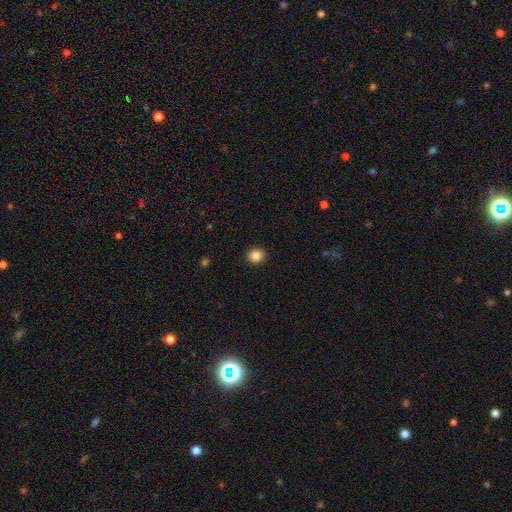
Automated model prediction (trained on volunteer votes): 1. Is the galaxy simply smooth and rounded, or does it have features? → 86% smooth, 10% star or artifact, 4% featured or disk.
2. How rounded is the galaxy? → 83% round, 16% in between, 1% cigar-shaped.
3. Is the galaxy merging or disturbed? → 92% none, 5% minor disturbance, 2% major disturbance, 1% merger.